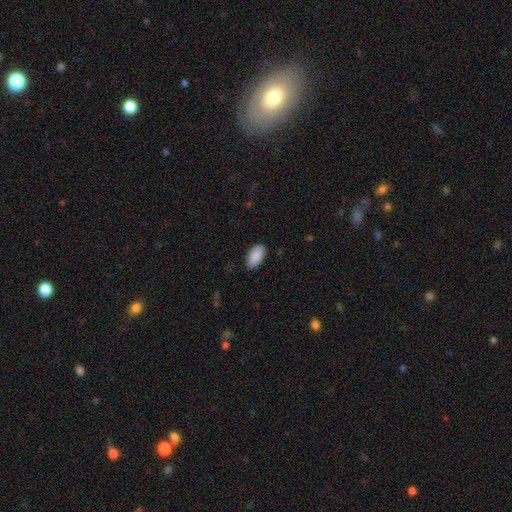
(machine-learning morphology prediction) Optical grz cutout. It shows a smooth galaxy with no disk features (90%) that is in between round and cigar-shaped (95%). Merging: none (86%).